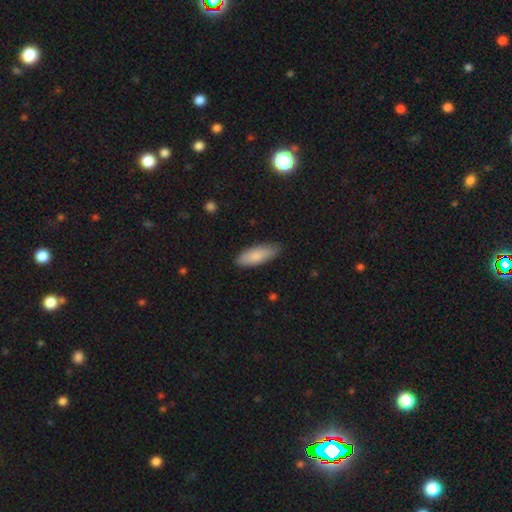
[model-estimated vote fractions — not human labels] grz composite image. It shows a smooth galaxy with no disk features (83%) that is in between round and cigar-shaped (69%). Merging: none (82%).